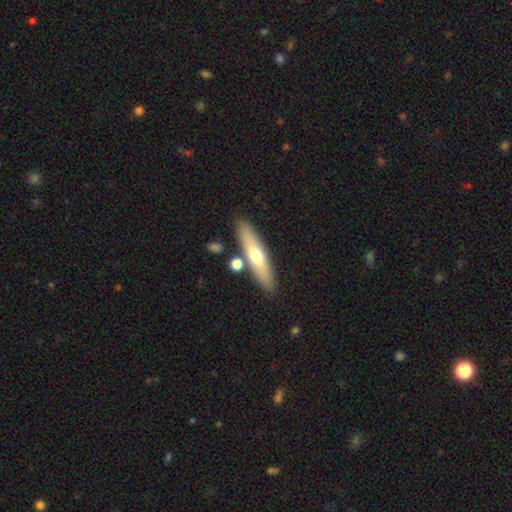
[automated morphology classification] A smooth galaxy with no disk features (53%) that is cigar-shaped (78%).

Vote fractions:
- Smooth or featured? smooth: 53% / featured or disk: 41% / star or artifact: 6%
- How rounded? cigar-shaped: 78% / in between: 20% / round: 2%
- Merging? none: 82% / minor disturbance: 9% / merger: 7% / major disturbance: 2%